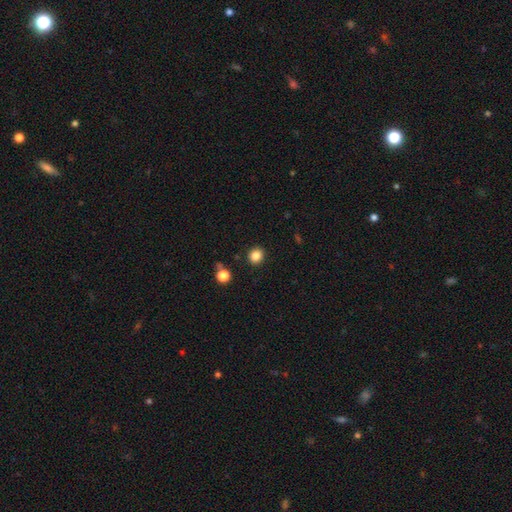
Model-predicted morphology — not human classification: Smooth or featured? smooth (84%)
How rounded? round (83%)
Merging? none (90%)